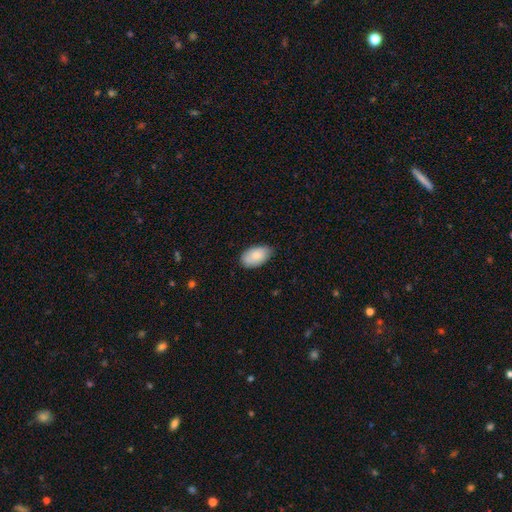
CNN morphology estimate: This appears to be a smooth galaxy with no disk features (82%) that is in between round and cigar-shaped (94%). Merging: none (78%).